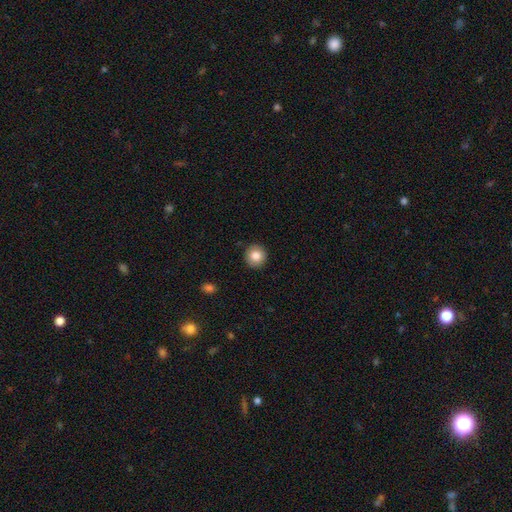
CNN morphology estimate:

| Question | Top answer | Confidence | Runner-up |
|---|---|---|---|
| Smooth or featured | smooth | 83% | star or artifact (9%) |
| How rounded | round | 93% | in between (6%) |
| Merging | none | 91% | minor disturbance (6%) |